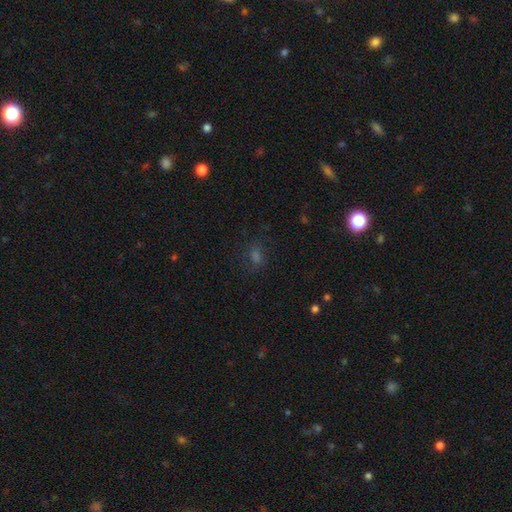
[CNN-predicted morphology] The model was most divided on "smooth or featured": smooth: 50%, star or artifact: 37%, featured or disk: 14%. More confident: merging — none (72%).